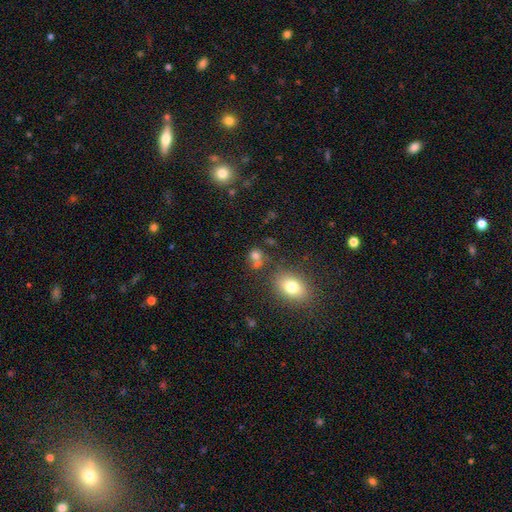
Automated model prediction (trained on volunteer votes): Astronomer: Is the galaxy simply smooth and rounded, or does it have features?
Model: smooth — 72%.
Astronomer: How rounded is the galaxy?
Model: round — 63%.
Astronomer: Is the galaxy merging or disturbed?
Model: none — 49% (runner-up: merger, 31%).